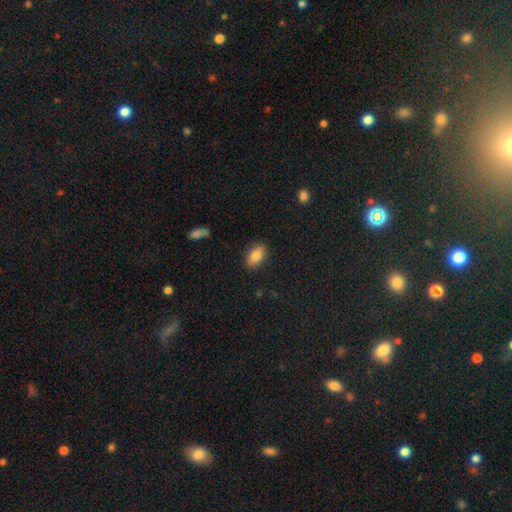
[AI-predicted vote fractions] smooth-or-featured: smooth: 85% | featured or disk: 8% | star or artifact: 7%
  how-rounded: in between: 91% | round: 5% | cigar-shaped: 5%
  merging: none: 87% | minor disturbance: 9% | major disturbance: 2% | merger: 1%